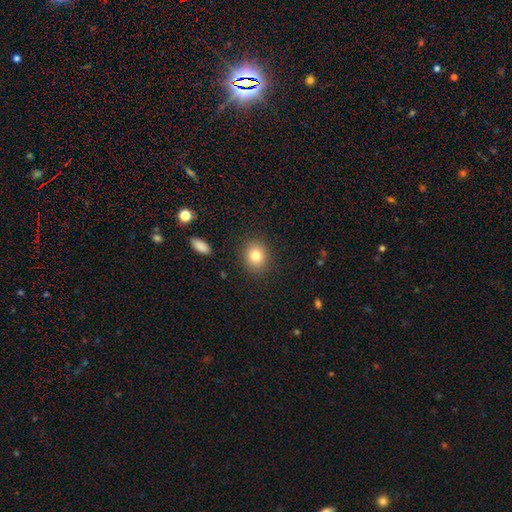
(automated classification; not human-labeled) Overall: smooth (81%). How rounded: round (74%). Merging: none (88%).